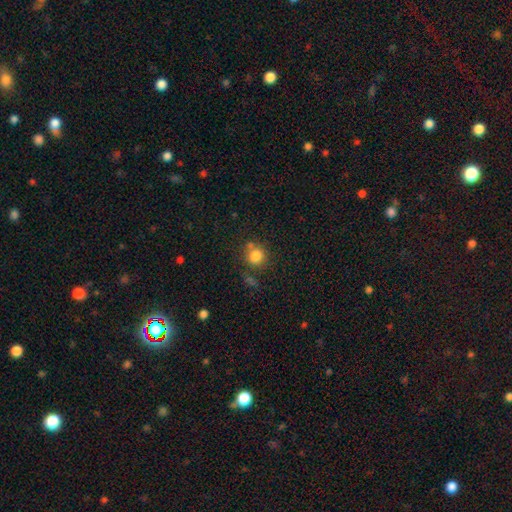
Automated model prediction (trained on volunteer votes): smooth-or-featured: smooth: 82% | star or artifact: 11% | featured or disk: 7%
  how-rounded: round: 89% | in between: 10% | cigar-shaped: 1%
  merging: none: 68% | merger: 14% | minor disturbance: 13% | major disturbance: 5%